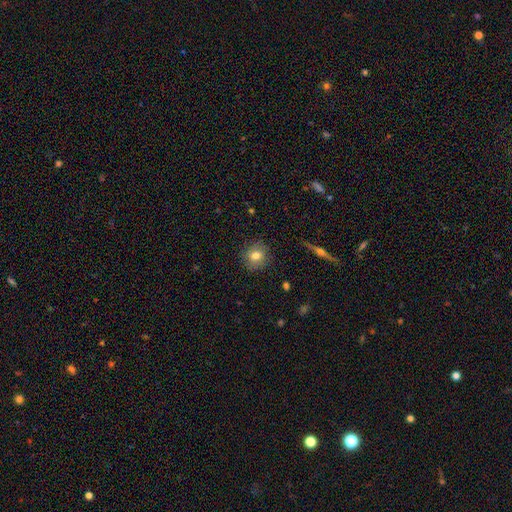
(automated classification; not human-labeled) The model was most divided on "smooth or featured": smooth: 76%, featured or disk: 14%, star or artifact: 10%. More confident: merging — none (86%); how rounded — round (82%).